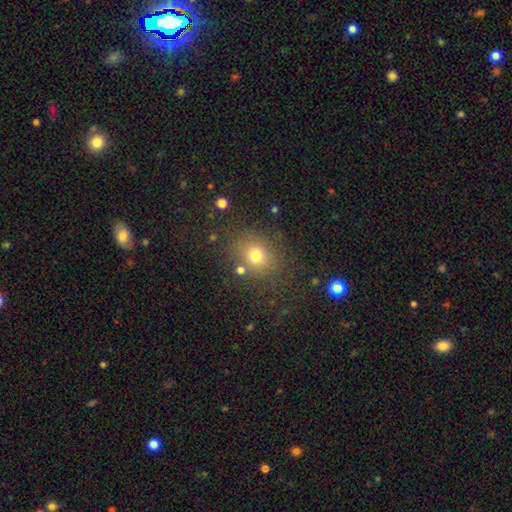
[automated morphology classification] smooth_or_featured: smooth (p=0.73) [alt: star or artifact p=0.17]
how_rounded: round (p=0.75) [alt: in between p=0.24]
merging: none (p=0.80) [alt: minor disturbance p=0.10]